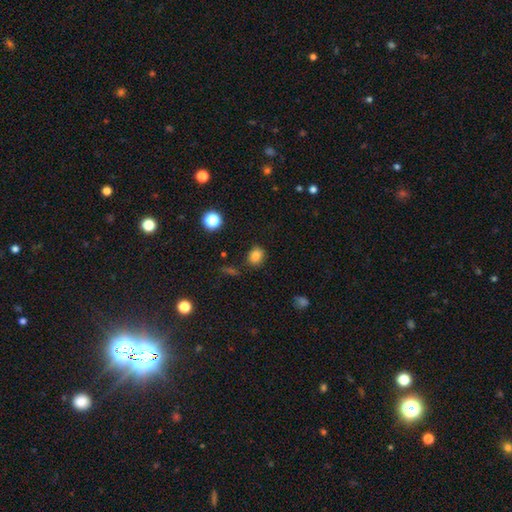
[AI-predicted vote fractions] smooth-or-featured: smooth: 82% | star or artifact: 13% | featured or disk: 5%
  how-rounded: round: 64% | in between: 35% | cigar-shaped: 1%
  merging: none: 81% | minor disturbance: 12% | major disturbance: 3% | merger: 3%